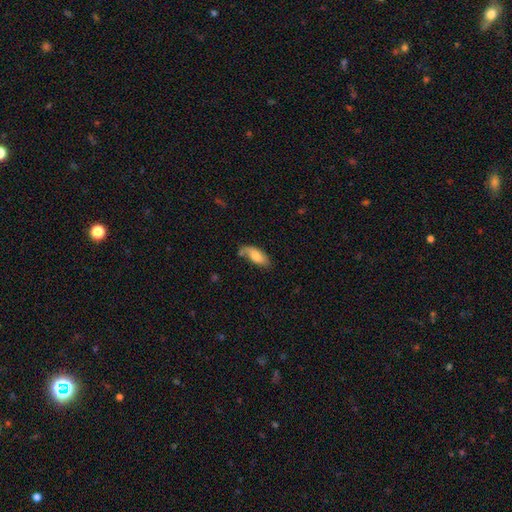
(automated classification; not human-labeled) smooth 68%, featured or disk 25%, star or artifact 7%. Down the decision tree: how rounded — in between (80%); merging — none (53%).